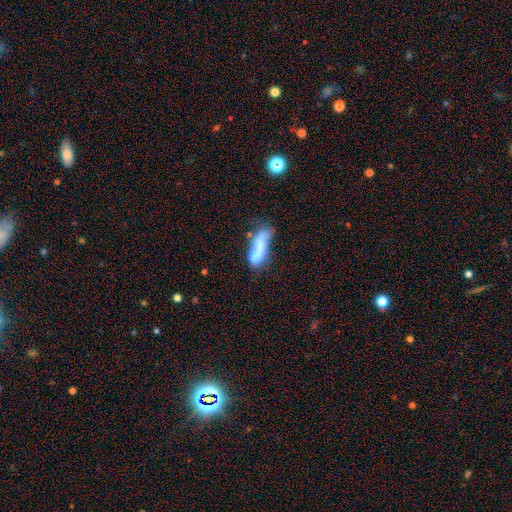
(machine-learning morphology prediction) This appears to be a smooth galaxy with no disk features (54%) that is in between round and cigar-shaped (57%). Merging: none (31%).